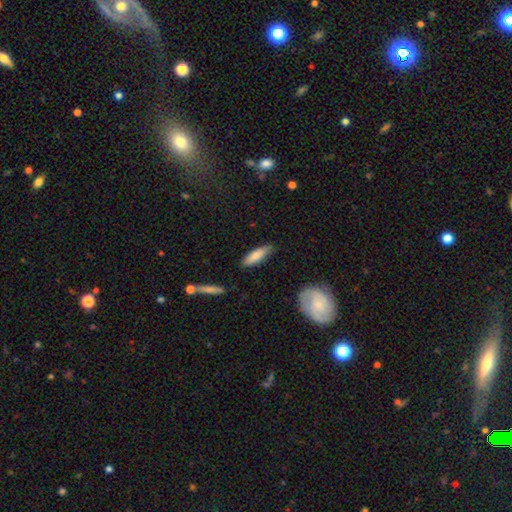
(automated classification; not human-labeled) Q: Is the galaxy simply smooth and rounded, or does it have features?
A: smooth — 82%.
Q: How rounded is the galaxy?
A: cigar-shaped — 55%.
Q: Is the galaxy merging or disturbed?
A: none — 80%.